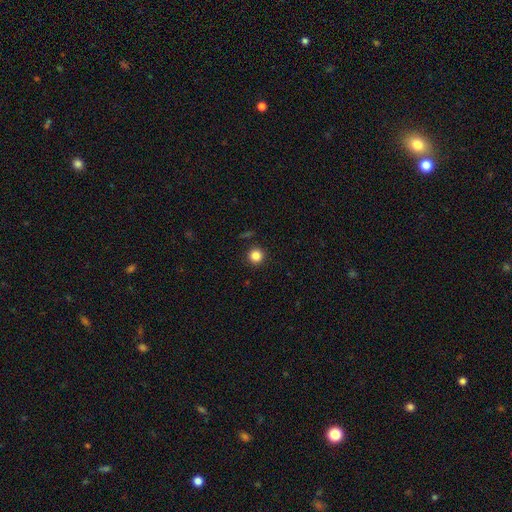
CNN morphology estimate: Smooth or featured: smooth — 85% (star or artifact — 11%)
How rounded: round — 96% (in between — 3%)
Merging: none — 91% (minor disturbance — 5%)